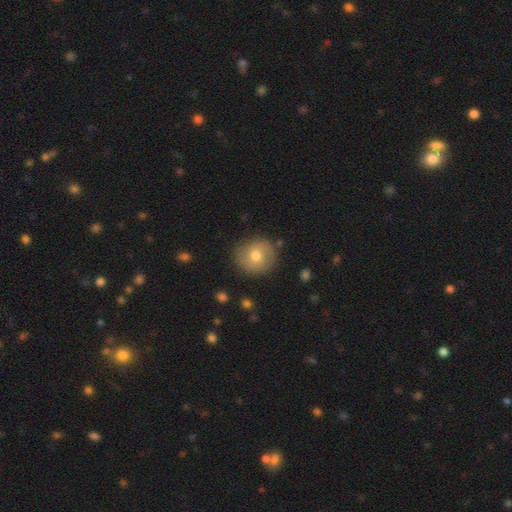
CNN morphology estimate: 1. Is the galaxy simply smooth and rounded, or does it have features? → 70% smooth, 21% featured or disk, 9% star or artifact.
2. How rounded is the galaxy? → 85% round, 14% in between, 1% cigar-shaped.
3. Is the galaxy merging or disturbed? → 84% none, 11% minor disturbance, 3% major disturbance, 2% merger.